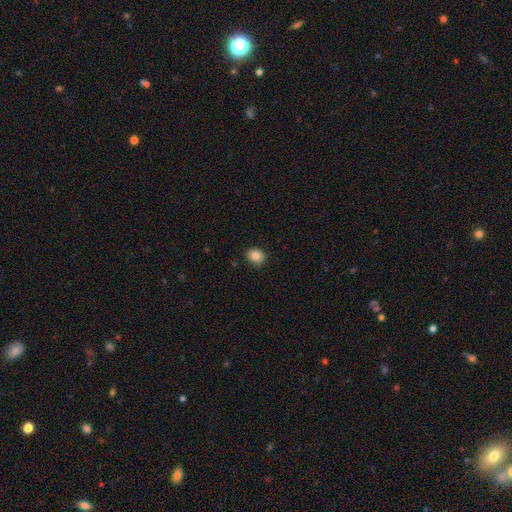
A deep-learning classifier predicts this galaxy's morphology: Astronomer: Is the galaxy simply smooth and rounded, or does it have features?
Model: smooth — 83%.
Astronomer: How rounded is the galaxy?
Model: round — 67%.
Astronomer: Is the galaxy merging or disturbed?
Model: none — 87%.